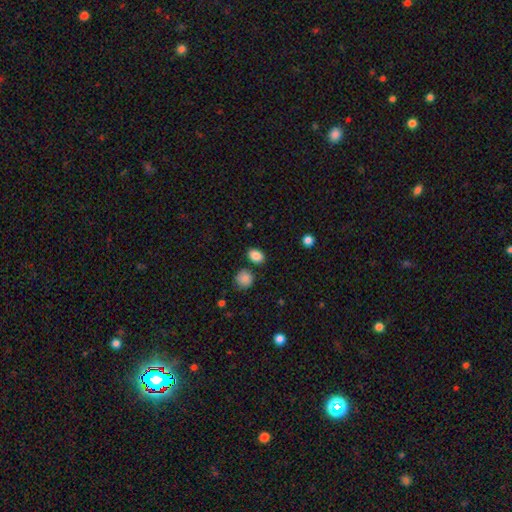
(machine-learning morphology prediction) The model was most divided on "how rounded": in between: 71%, round: 28%, cigar-shaped: 1%. More confident: smooth or featured — smooth (86%); merging — none (80%).